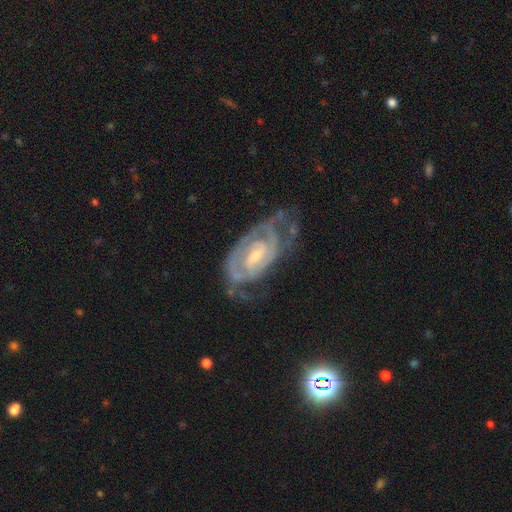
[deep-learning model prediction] Smooth or featured: featured or disk — 86% (smooth — 9%)
Edge-on disk: no — 96% (yes — 4%)
Bar: weak — 47% (no — 39%)
Spiral arms: yes — 92% (no — 8%)
Spiral winding: tight — 62% (medium — 30%)
Spiral arm count: 2 — 49% (can't tell — 30%)
Bulge size: small — 59% (moderate — 36%)
Merging: none — 52% (minor disturbance — 26%)